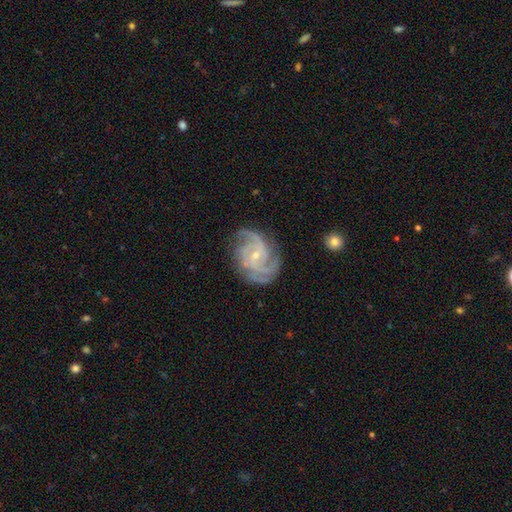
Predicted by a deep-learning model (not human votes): This appears to be a featured or disk galaxy (91%) with no bar (45%), 3 (39%) medium (47%) spiral arms (98%) and a small central bulge (74%). Merging: none (75%).